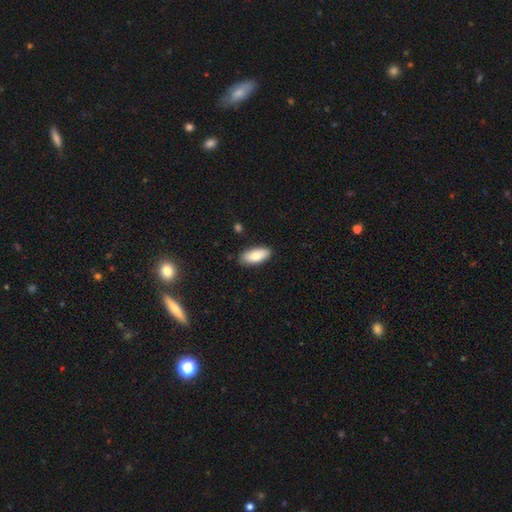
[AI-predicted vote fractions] Smooth or featured? Predicted: smooth (p=0.81). How rounded? Predicted: in between (p=0.88). Merging? Predicted: none (p=0.86).